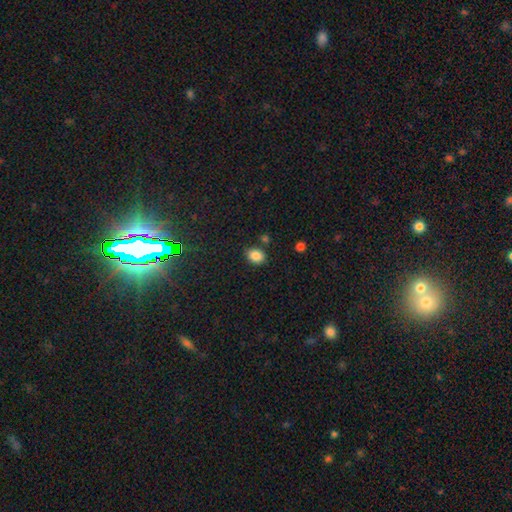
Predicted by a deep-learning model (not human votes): A smooth galaxy with no disk features (86%) that is in between round and cigar-shaped (60%). Merging: none (79%).